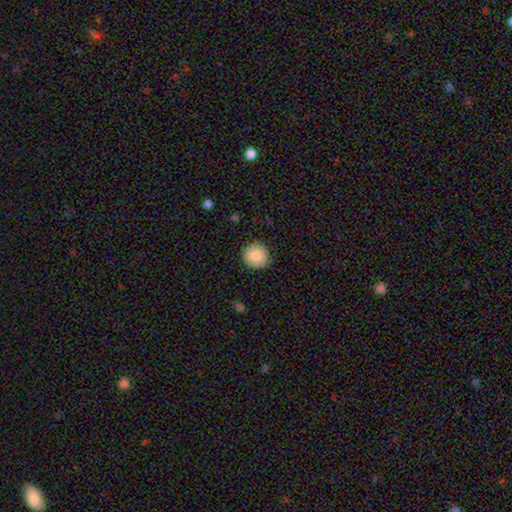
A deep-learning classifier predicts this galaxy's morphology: smooth_or_featured: smooth (p=0.86) [alt: star or artifact p=0.07]
how_rounded: round (p=0.93) [alt: in between p=0.06]
merging: none (p=0.89) [alt: minor disturbance p=0.08]